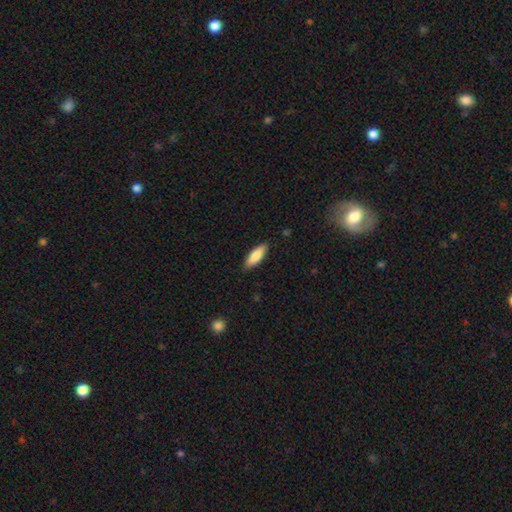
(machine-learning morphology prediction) Smooth or featured? smooth (84%)
How rounded? in between (57%)
Merging? none (87%)